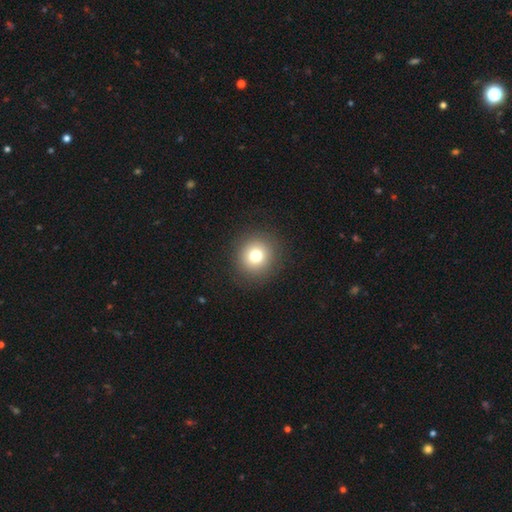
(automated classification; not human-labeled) Smooth or featured: smooth — 75% (star or artifact — 14%)
How rounded: round — 92% (in between — 7%)
Merging: none — 90% (minor disturbance — 6%)